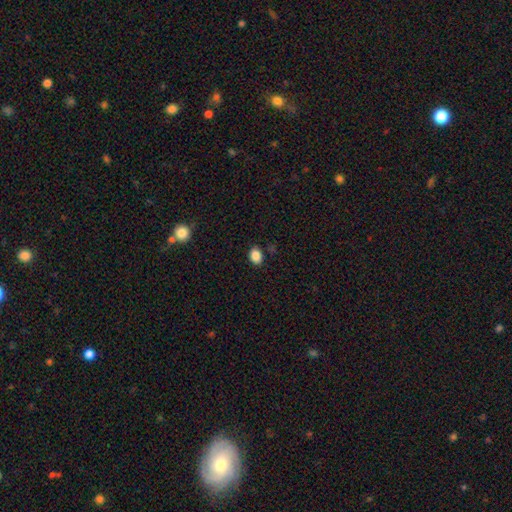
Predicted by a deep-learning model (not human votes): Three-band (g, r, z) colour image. It shows a smooth galaxy with no disk features (87%) that is in between round and cigar-shaped (68%). Merging: none (86%).